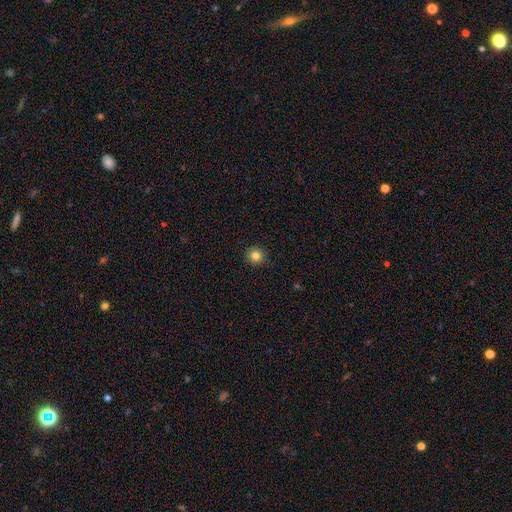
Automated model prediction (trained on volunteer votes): This is clearly a smooth galaxy (81%). How rounded: clearly round (94%). Merging: clearly none (92%).